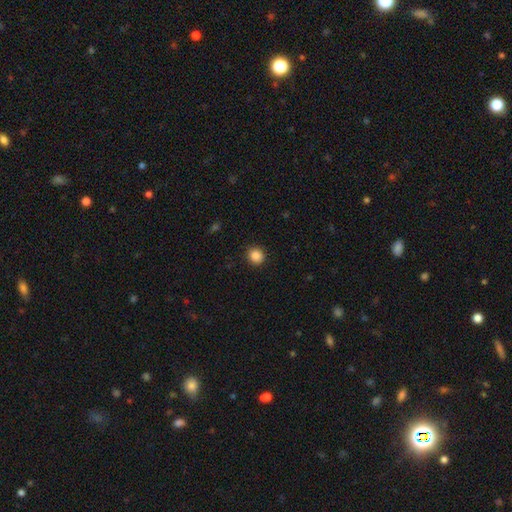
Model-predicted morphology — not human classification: smooth_or_featured: smooth (p=0.87) [alt: star or artifact p=0.10]
how_rounded: round (p=0.85) [alt: in between p=0.14]
merging: none (p=0.91) [alt: minor disturbance p=0.06]